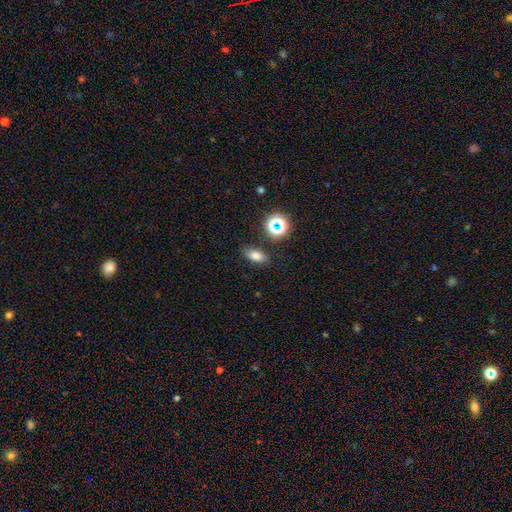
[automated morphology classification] The model was most divided on "smooth or featured": smooth: 75%, star or artifact: 17%, featured or disk: 9%. More confident: merging — none (84%); how rounded — in between (79%).